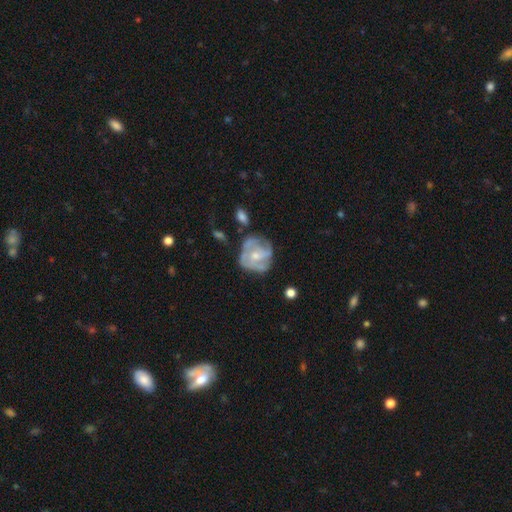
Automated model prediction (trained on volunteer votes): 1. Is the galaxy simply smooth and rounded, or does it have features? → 70% featured or disk, 23% smooth, 7% star or artifact.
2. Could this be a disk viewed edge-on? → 98% no, 2% yes.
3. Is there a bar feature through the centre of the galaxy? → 68% no, 26% weak, 6% strong.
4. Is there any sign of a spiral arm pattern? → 73% yes, 27% no.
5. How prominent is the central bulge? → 52% small, 41% moderate, 4% none, 2% large, 1% dominant.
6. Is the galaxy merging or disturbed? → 54% none, 24% minor disturbance, 17% major disturbance, 5% merger.